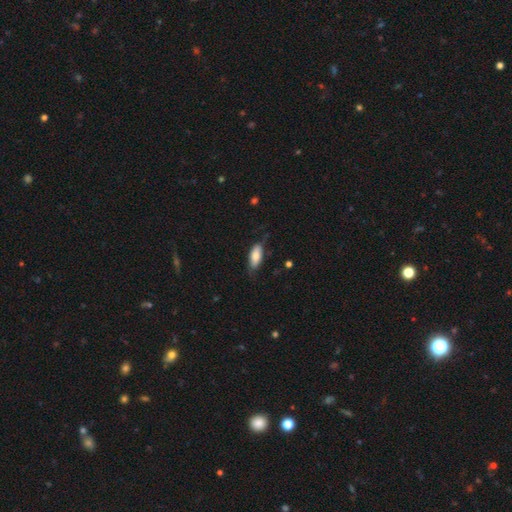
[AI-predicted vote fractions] Smooth or featured?
  - smooth: 77% *
  - featured or disk: 17%
  - star or artifact: 6%
How rounded?
  - in between: 82% *
  - cigar-shaped: 16%
  - round: 2%
Merging?
  - none: 65% *
  - minor disturbance: 26%
  - major disturbance: 7%
  - merger: 2%